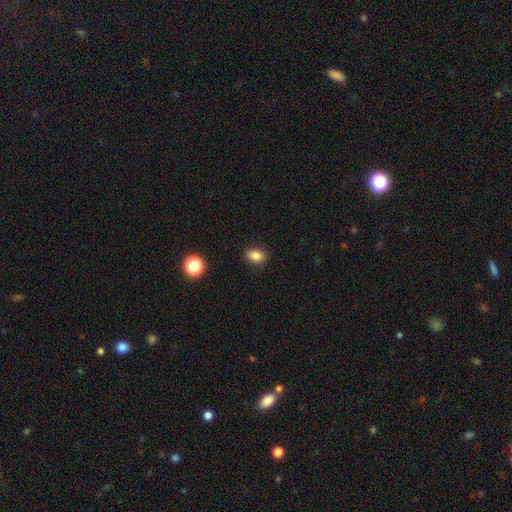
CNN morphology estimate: Q: Smooth or featured?
A: smooth (83%); runner-up: star or artifact (11%)
Q: How rounded?
A: in between (72%); runner-up: round (27%)
Q: Merging?
A: none (88%); runner-up: minor disturbance (8%)